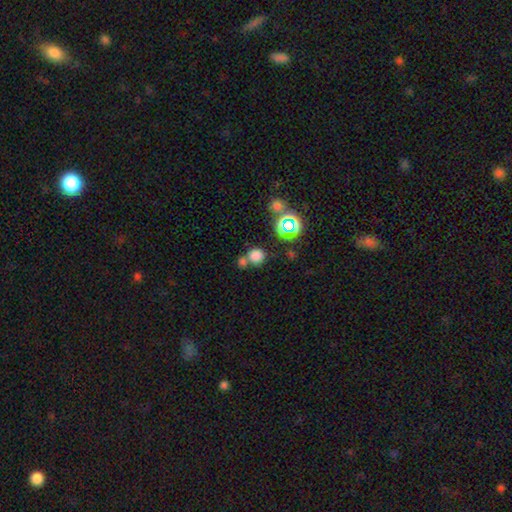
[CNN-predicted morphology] Smooth or featured: smooth — 75% (star or artifact — 19%)
How rounded: round — 89% (in between — 10%)
Merging: none — 57% (merger — 30%)